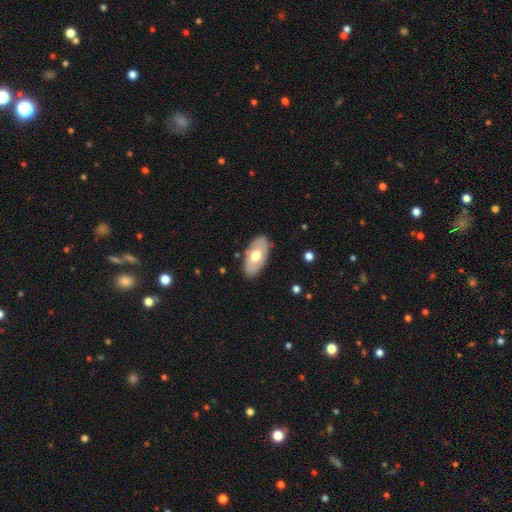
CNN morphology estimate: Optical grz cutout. It shows a smooth galaxy with no disk features (58%) that is in between round and cigar-shaped (93%). Merging: none (85%).